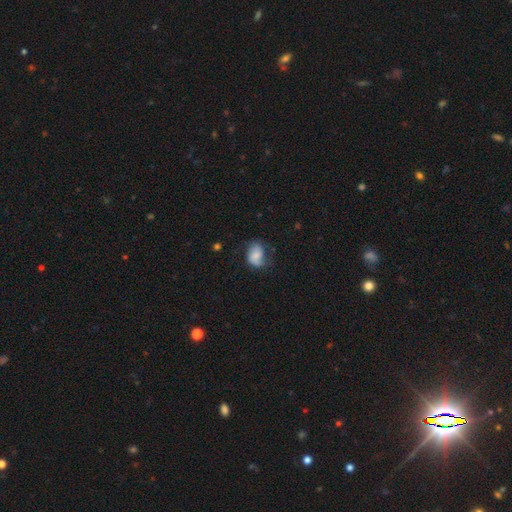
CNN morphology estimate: Smooth or featured? smooth (58%)
How rounded? in between (69%)
Merging? none (49%)